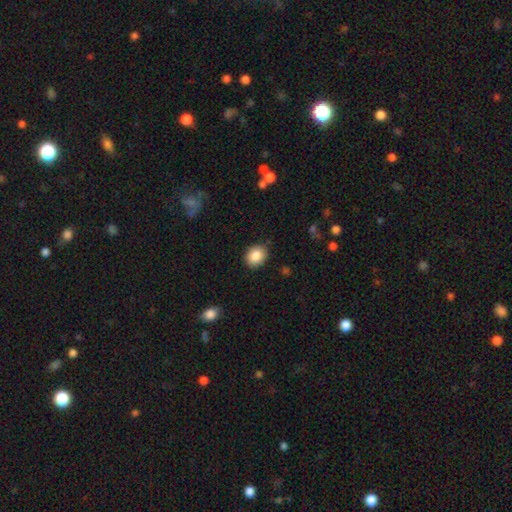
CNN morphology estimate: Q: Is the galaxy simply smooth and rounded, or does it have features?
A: smooth — 86%.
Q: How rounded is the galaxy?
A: round — 59%.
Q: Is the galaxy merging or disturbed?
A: none — 87%.